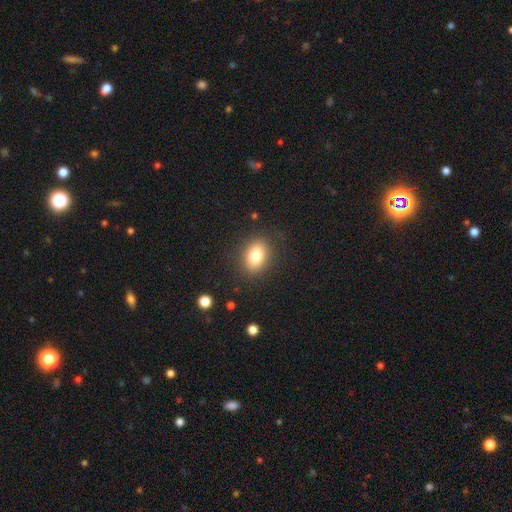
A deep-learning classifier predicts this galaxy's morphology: A smooth galaxy with no disk features (79%) that is in between round and cigar-shaped (72%). Merging: none (86%).